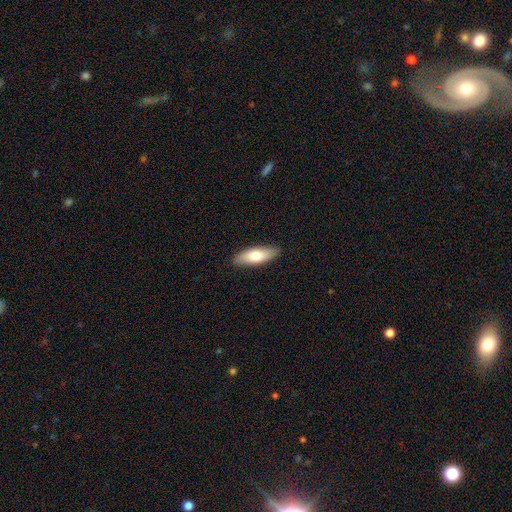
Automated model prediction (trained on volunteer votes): A smooth galaxy with no disk features (73%) that is in between round and cigar-shaped (60%).

Vote fractions:
- Smooth or featured? smooth: 73% / featured or disk: 21% / star or artifact: 5%
- How rounded? in between: 60% / cigar-shaped: 38% / round: 2%
- Merging? none: 89% / minor disturbance: 9% / major disturbance: 2% / merger: 1%